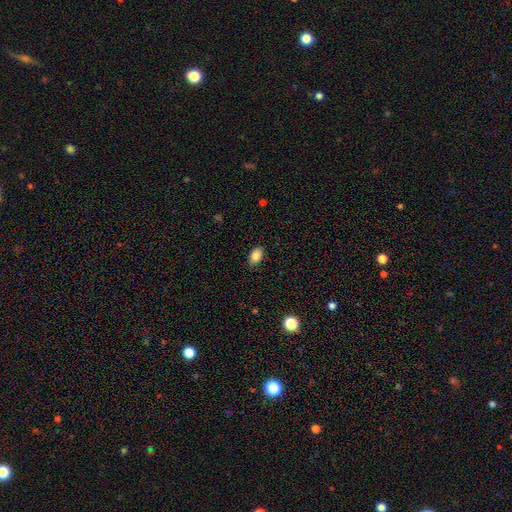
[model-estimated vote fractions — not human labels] This appears to be a smooth galaxy with no disk features (85%) that is in between round and cigar-shaped (90%). Merging: none (88%).